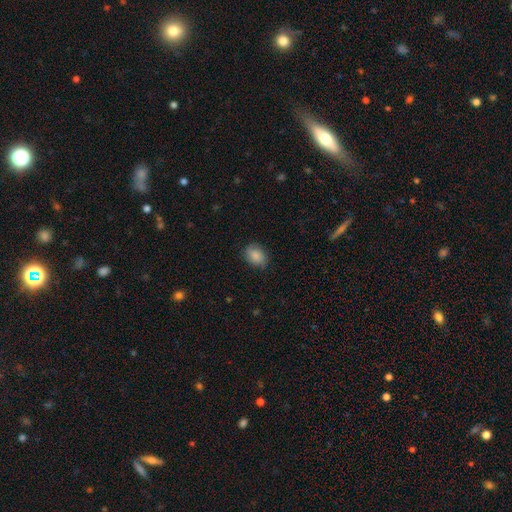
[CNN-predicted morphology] A smooth galaxy with no disk features (83%) that is in between round and cigar-shaped (75%). Merging: none (79%).